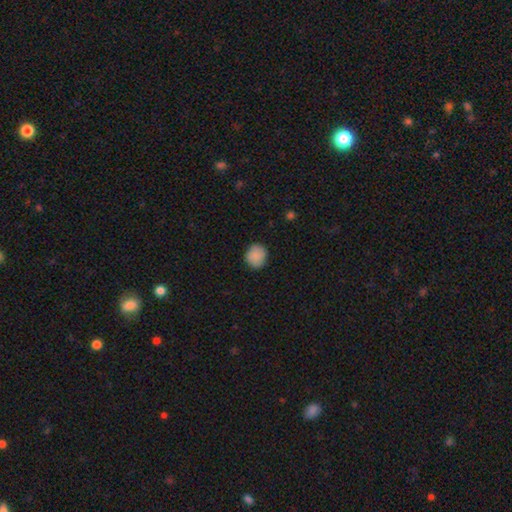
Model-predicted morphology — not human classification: Q: Smooth or featured?
A: smooth (88%); runner-up: star or artifact (7%)
Q: How rounded?
A: round (82%); runner-up: in between (17%)
Q: Merging?
A: none (85%); runner-up: minor disturbance (12%)